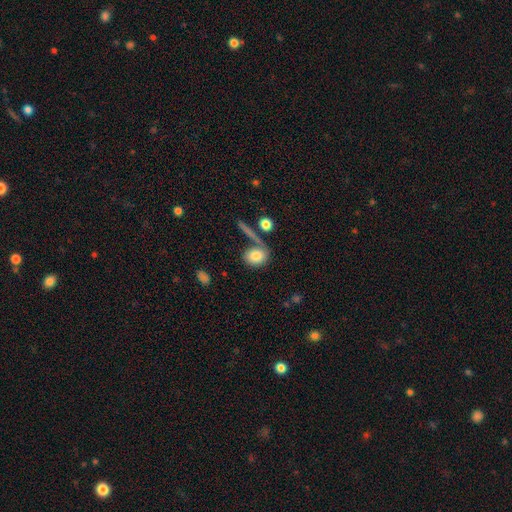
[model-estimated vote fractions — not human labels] smooth-or-featured: smooth: 79% | featured or disk: 13% | star or artifact: 8%
  how-rounded: in between: 51% | round: 46% | cigar-shaped: 3%
  merging: none: 53% | merger: 21% | minor disturbance: 15% | major disturbance: 11%